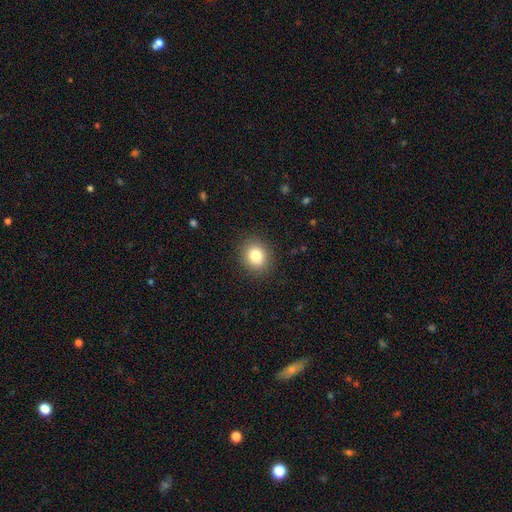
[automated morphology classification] Q: Smooth or featured?
A: smooth (83%); runner-up: star or artifact (10%)
Q: How rounded?
A: round (72%); runner-up: in between (27%)
Q: Merging?
A: none (89%); runner-up: minor disturbance (7%)